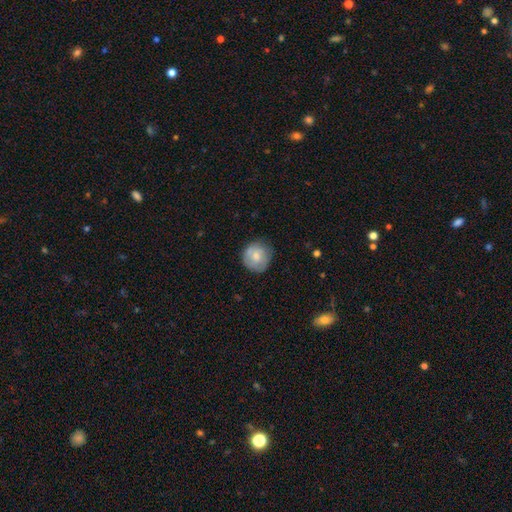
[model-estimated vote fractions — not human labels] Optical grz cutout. It shows a smooth galaxy with no disk features (70%) that is round (92%). Merging: none (75%).